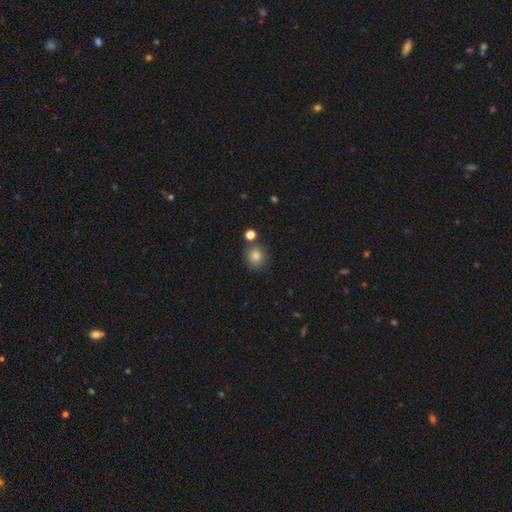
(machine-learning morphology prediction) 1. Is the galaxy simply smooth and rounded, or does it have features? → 84% smooth, 11% star or artifact, 5% featured or disk.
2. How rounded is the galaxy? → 83% round, 16% in between, 1% cigar-shaped.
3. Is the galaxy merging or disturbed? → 78% none, 10% merger, 10% minor disturbance, 3% major disturbance.